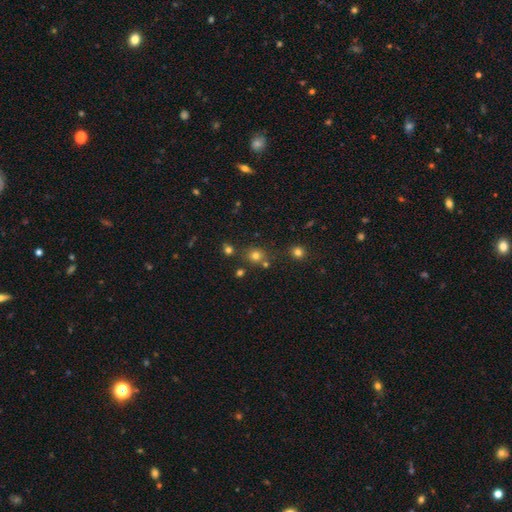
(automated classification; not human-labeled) Smooth or featured? Predicted: smooth (p=0.74). How rounded? Predicted: round (p=0.83). Merging? Predicted: none (p=0.73).